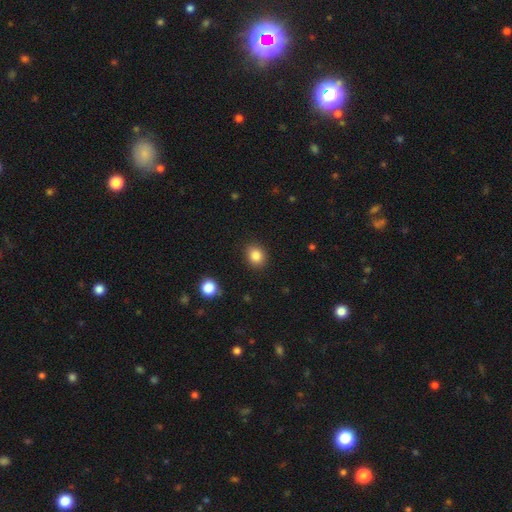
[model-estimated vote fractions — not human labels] A smooth galaxy with no disk features (85%) that is round (66%).

Vote fractions:
- Smooth or featured? smooth: 85% / star or artifact: 10% / featured or disk: 5%
- How rounded? round: 66% / in between: 33% / cigar-shaped: 1%
- Merging? none: 89% / minor disturbance: 8% / major disturbance: 2% / merger: 1%